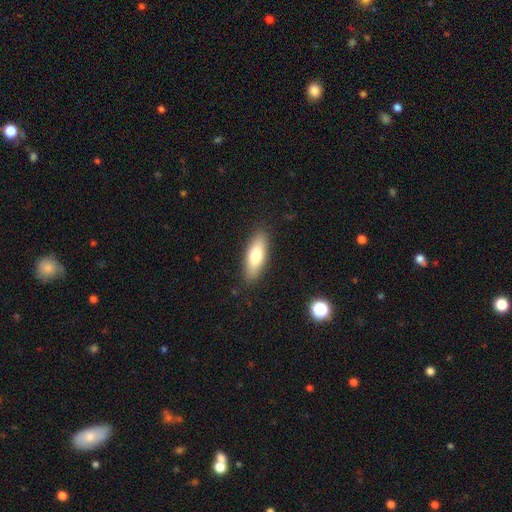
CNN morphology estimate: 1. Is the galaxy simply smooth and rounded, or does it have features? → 74% smooth, 19% featured or disk, 6% star or artifact.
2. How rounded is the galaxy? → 61% in between, 37% cigar-shaped, 2% round.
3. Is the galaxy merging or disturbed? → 87% none, 10% minor disturbance, 2% major disturbance, 1% merger.